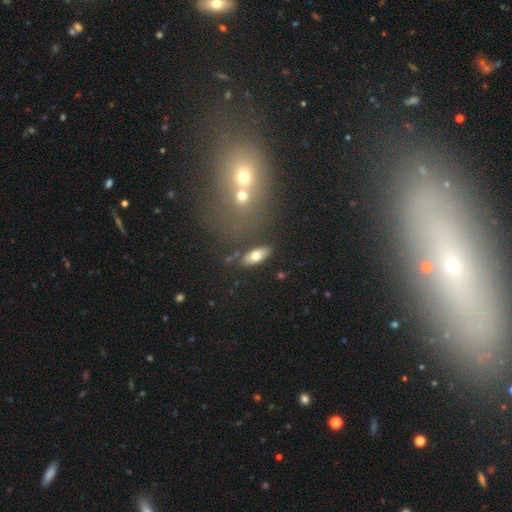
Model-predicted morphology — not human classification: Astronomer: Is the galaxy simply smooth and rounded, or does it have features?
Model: smooth — 70%.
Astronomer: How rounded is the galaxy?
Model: in between — 86%.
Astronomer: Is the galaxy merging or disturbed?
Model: none — 81%.